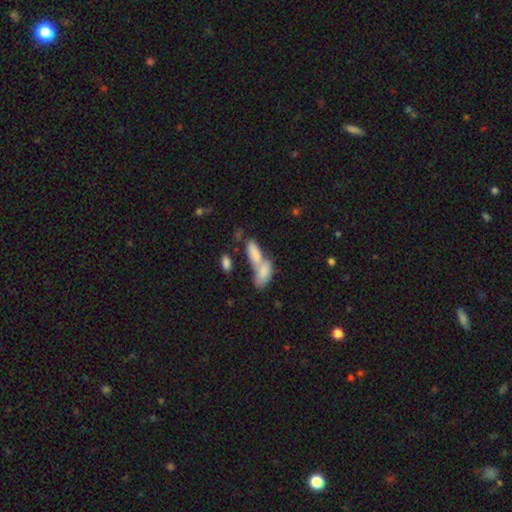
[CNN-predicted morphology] Smooth or featured? Predicted: smooth (p=0.78). How rounded? Predicted: in between (p=0.81). Merging? Predicted: merger (p=0.67).